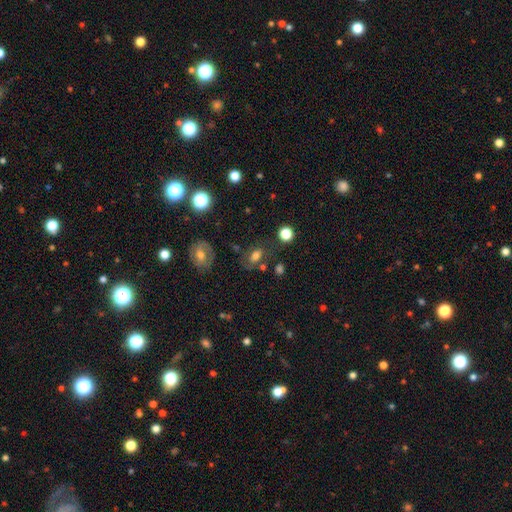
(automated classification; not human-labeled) This is likely a smooth galaxy (66%). How rounded: likely in between (80%). Merging: likely none (60%).